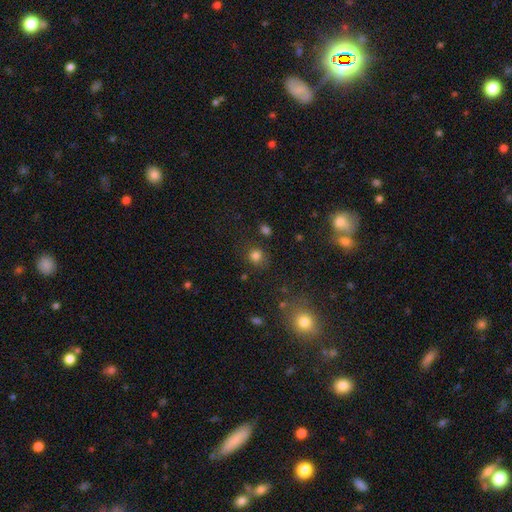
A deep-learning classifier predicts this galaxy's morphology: Smooth or featured? smooth (79%)
How rounded? round (79%)
Merging? none (77%)